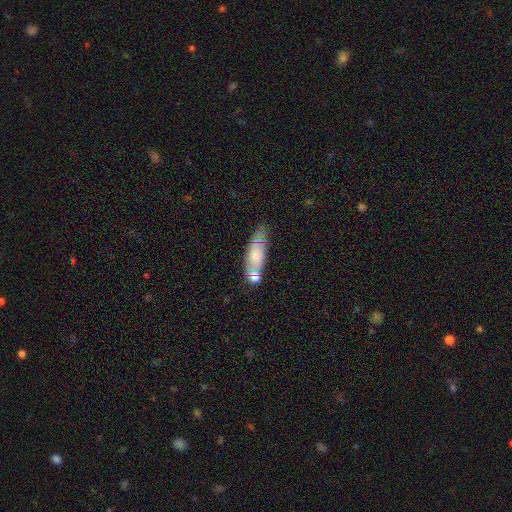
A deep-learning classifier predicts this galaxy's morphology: Smooth or featured? Predicted: smooth (p=0.65). How rounded? Predicted: in between (p=0.49). Merging? Predicted: none (p=0.50).